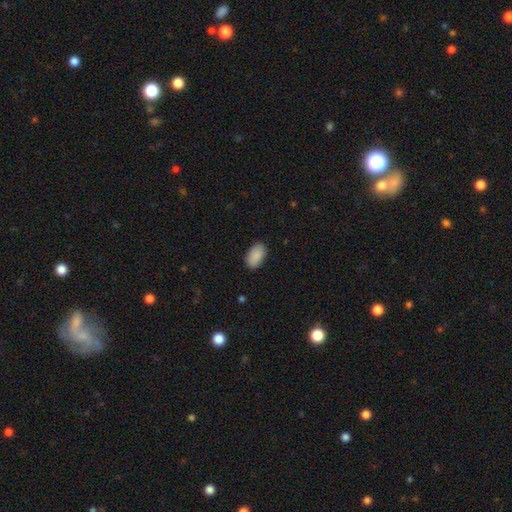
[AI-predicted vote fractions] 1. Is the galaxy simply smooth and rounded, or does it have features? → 90% smooth, 7% star or artifact, 3% featured or disk.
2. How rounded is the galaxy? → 93% in between, 5% round, 1% cigar-shaped.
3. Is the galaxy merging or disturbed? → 86% none, 10% minor disturbance, 2% major disturbance, 1% merger.